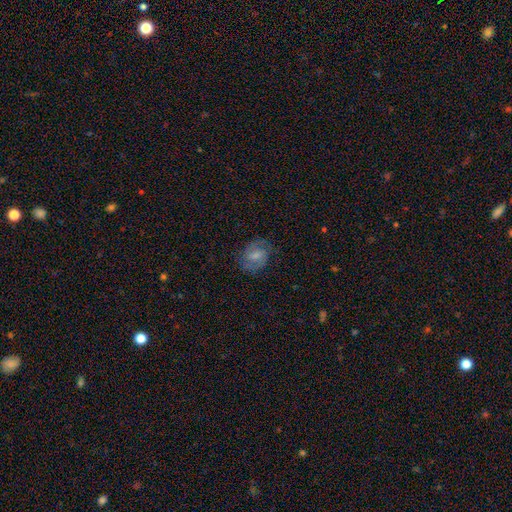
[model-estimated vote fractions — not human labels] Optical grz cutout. It shows a featured or disk galaxy (55%) with a weak bar (54%), spiral arms (85%) and a moderate central bulge (38%). Merging: none (74%).